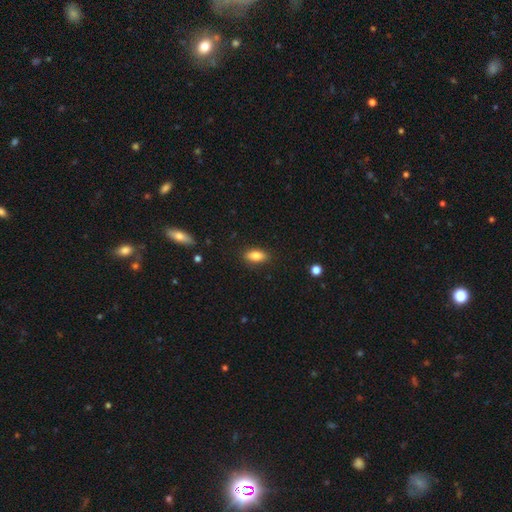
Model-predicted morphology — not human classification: smooth_or_featured: smooth (p=0.83) [alt: featured or disk p=0.09]
how_rounded: in between (p=0.86) [alt: cigar-shaped p=0.10]
merging: none (p=0.87) [alt: minor disturbance p=0.09]